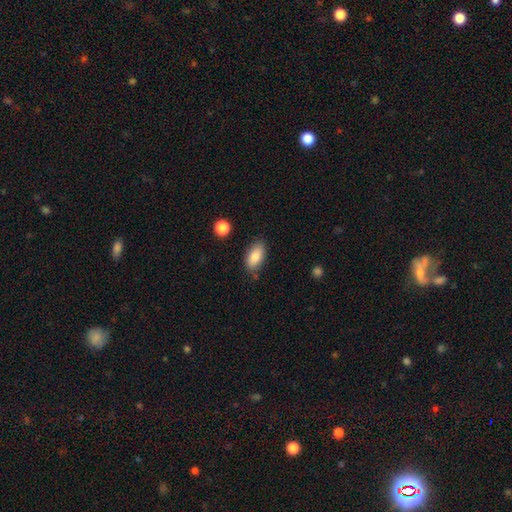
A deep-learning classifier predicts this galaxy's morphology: Overall: smooth (84%). How rounded: in between (91%). Merging: none (79%).